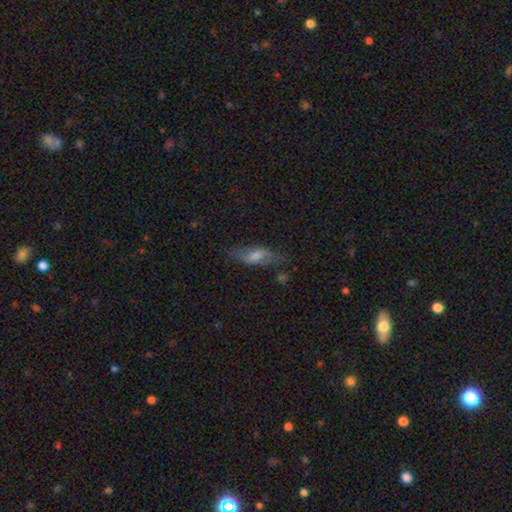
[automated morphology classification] The model was most divided on "smooth or featured": featured or disk: 49%, smooth: 40%, star or artifact: 10%. More confident: merging — none (71%).